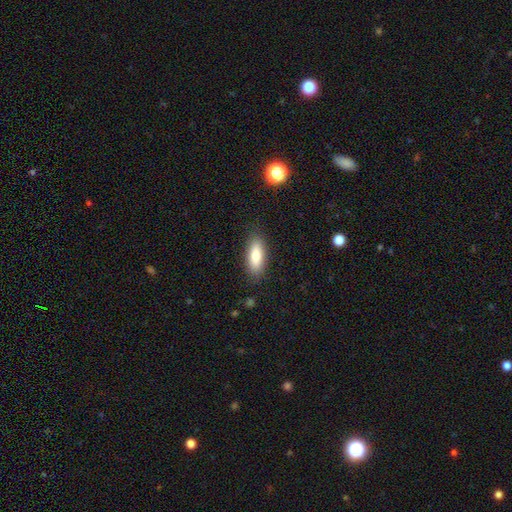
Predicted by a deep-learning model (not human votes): The model was most divided on "how rounded": in between: 68%, cigar-shaped: 30%, round: 2%. More confident: merging — none (85%); smooth or featured — smooth (80%).